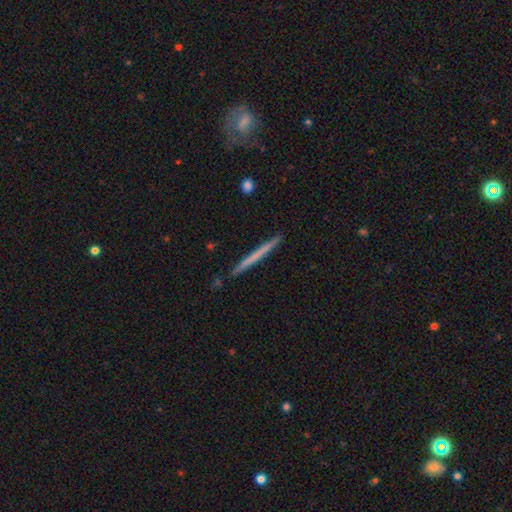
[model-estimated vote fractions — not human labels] smooth 53%, featured or disk 41%, star or artifact 5%. Down the decision tree: how rounded — cigar-shaped (97%); merging — none (92%).